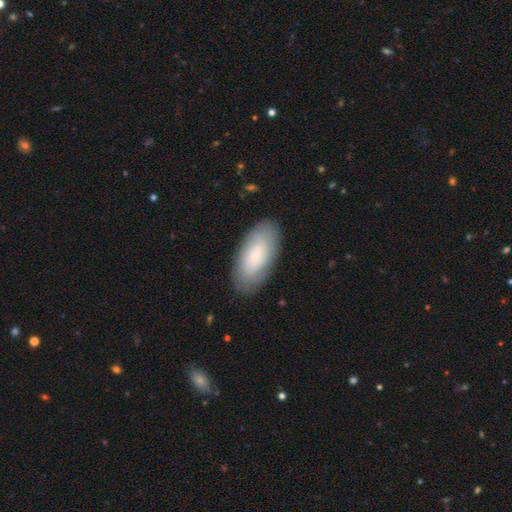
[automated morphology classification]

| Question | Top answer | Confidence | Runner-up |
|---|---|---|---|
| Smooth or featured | smooth | 63% | featured or disk (30%) |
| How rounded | in between | 92% | cigar-shaped (6%) |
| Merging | none | 84% | minor disturbance (12%) |